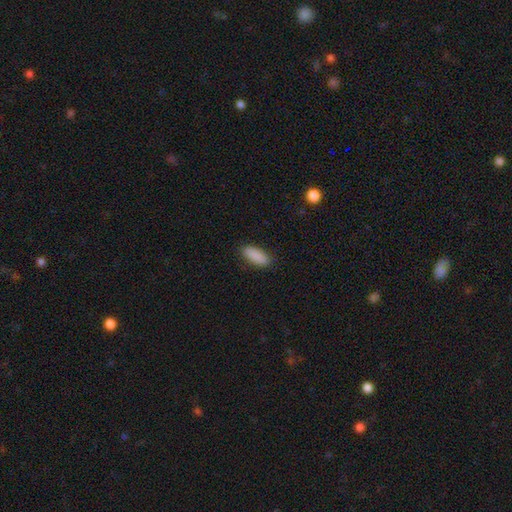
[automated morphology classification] smooth-or-featured: smooth: 90% | star or artifact: 6% | featured or disk: 4%
  how-rounded: in between: 77% | cigar-shaped: 22% | round: 2%
  merging: none: 88% | minor disturbance: 9% | major disturbance: 2% | merger: 1%